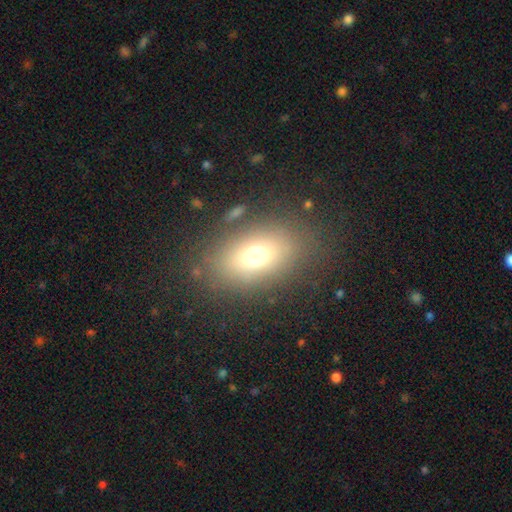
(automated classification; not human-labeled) Q: Smooth or featured?
A: smooth (69%); runner-up: star or artifact (17%)
Q: How rounded?
A: in between (71%); runner-up: round (27%)
Q: Merging?
A: none (79%); runner-up: minor disturbance (11%)